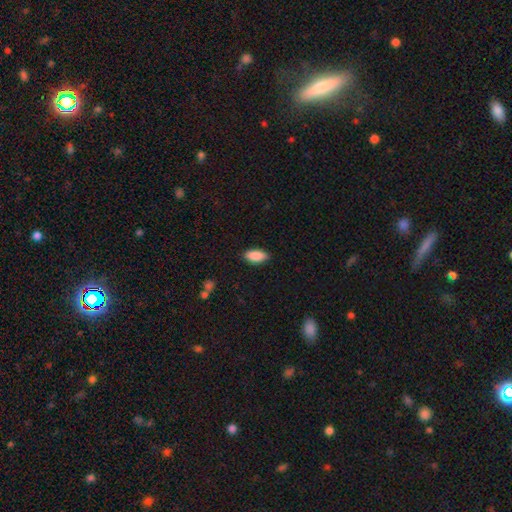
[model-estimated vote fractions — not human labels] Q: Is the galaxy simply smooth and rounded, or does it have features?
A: smooth — 88%.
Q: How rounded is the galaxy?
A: in between — 88%.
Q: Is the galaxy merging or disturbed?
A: none — 87%.